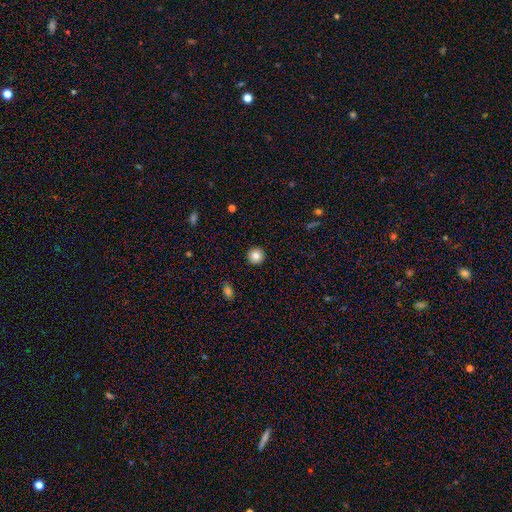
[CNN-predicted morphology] This appears to be a smooth galaxy with no disk features (84%) that is round (95%). Merging: none (94%).